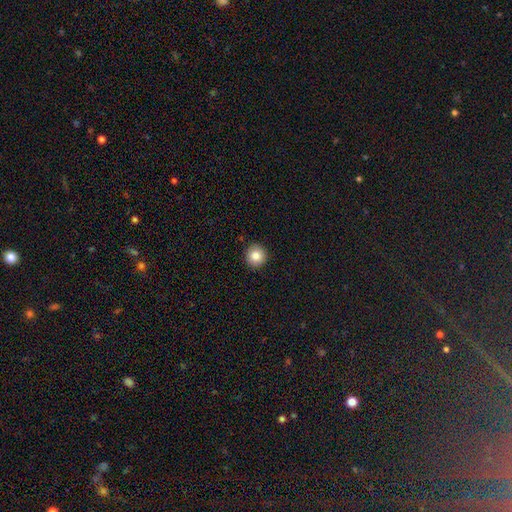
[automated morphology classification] This is clearly a smooth galaxy (84%). How rounded: clearly round (94%). Merging: clearly none (92%).